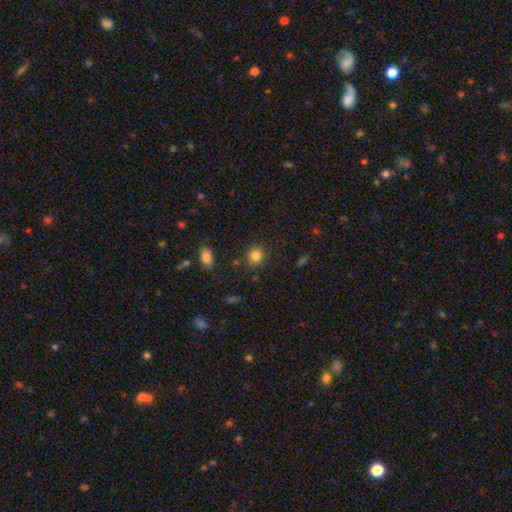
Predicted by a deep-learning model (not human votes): The model was most divided on "how rounded": round: 84%, in between: 14%, cigar-shaped: 1%. More confident: merging — none (84%); smooth or featured — smooth (83%).